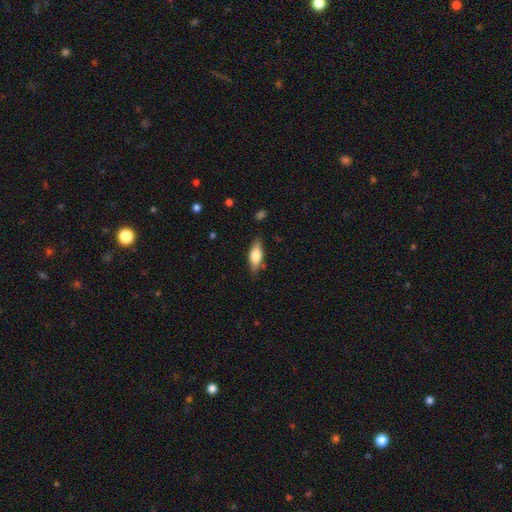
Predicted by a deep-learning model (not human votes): A smooth galaxy with no disk features (65%) that is in between round and cigar-shaped (65%). Merging: none (82%).